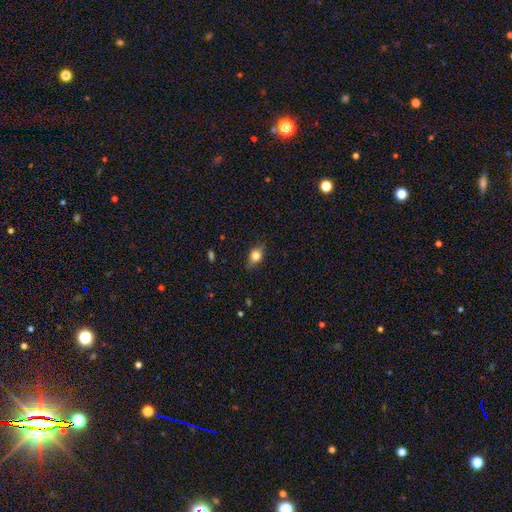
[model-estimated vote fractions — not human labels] Smooth or featured? Predicted: smooth (p=0.78). How rounded? Predicted: in between (p=0.63). Merging? Predicted: none (p=0.79).